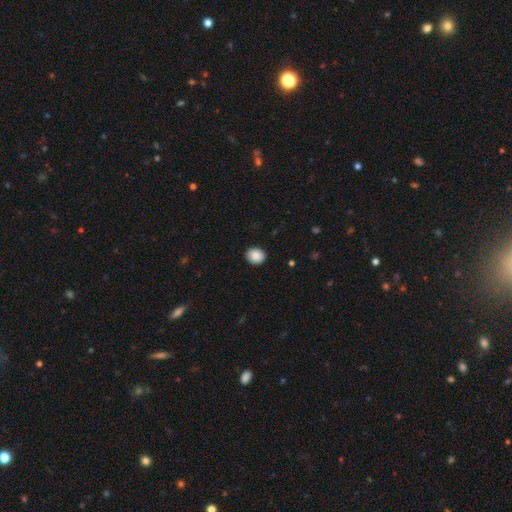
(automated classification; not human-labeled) Smooth or featured? Predicted: smooth (p=0.89). How rounded? Predicted: round (p=0.65). Merging? Predicted: none (p=0.90).